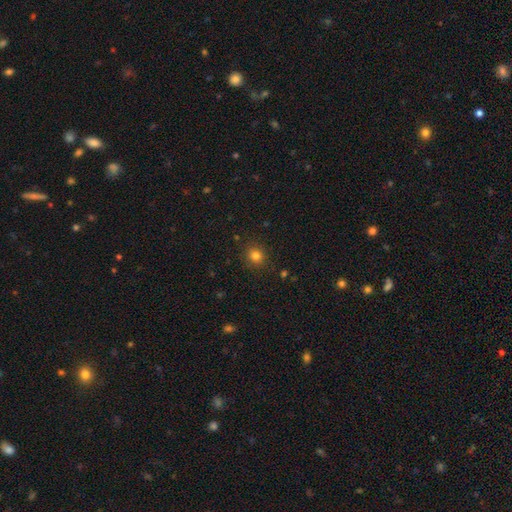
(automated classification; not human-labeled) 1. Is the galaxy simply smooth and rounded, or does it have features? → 80% smooth, 14% star or artifact, 5% featured or disk.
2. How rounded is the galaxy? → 87% round, 12% in between, 1% cigar-shaped.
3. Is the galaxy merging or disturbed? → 89% none, 7% minor disturbance, 2% major disturbance, 1% merger.